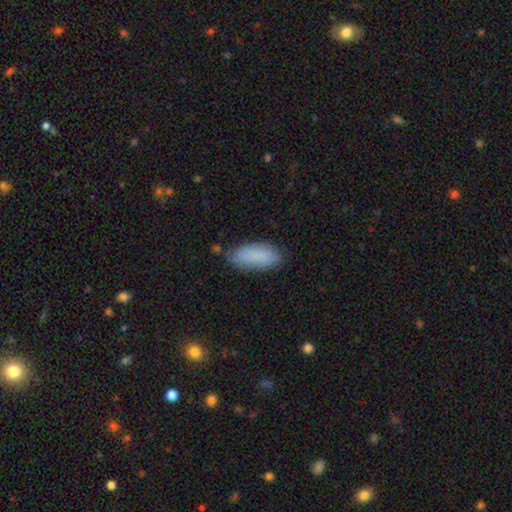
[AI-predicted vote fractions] A smooth galaxy with no disk features (88%) that is in between round and cigar-shaped (80%). Merging: none (78%).